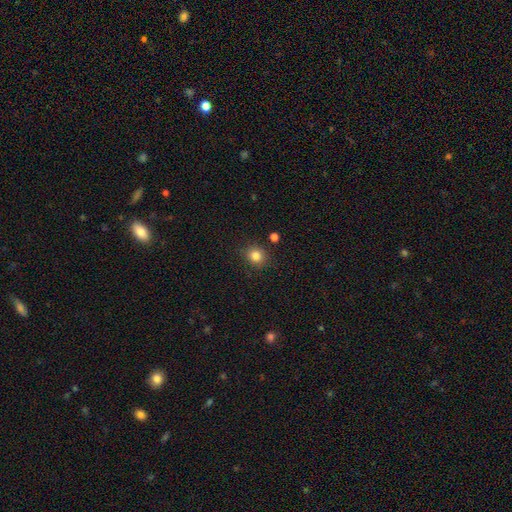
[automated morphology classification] The model was most divided on "how rounded": round: 79%, in between: 20%, cigar-shaped: 1%. More confident: merging — none (85%); smooth or featured — smooth (83%).